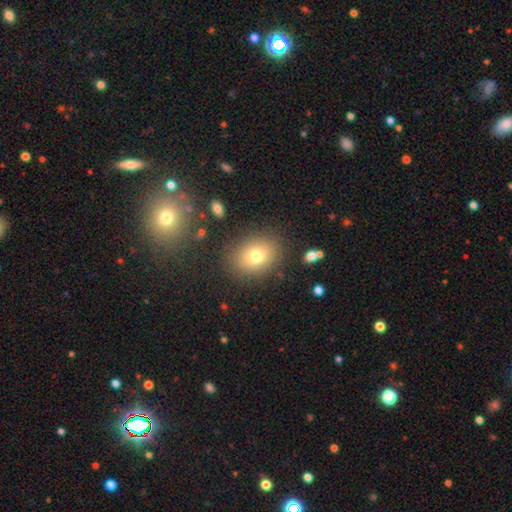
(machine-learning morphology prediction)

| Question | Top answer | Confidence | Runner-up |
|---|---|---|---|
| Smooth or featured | smooth | 74% | featured or disk (13%) |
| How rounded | in between | 50% | round (49%) |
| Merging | none | 83% | minor disturbance (10%) |